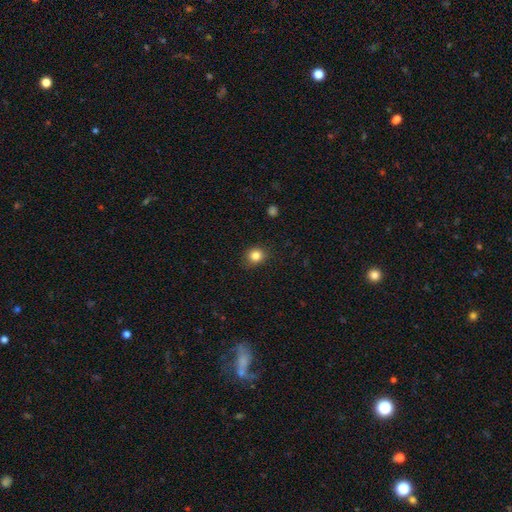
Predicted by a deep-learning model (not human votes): Overall: smooth (84%). How rounded: round (78%). Merging: none (86%).